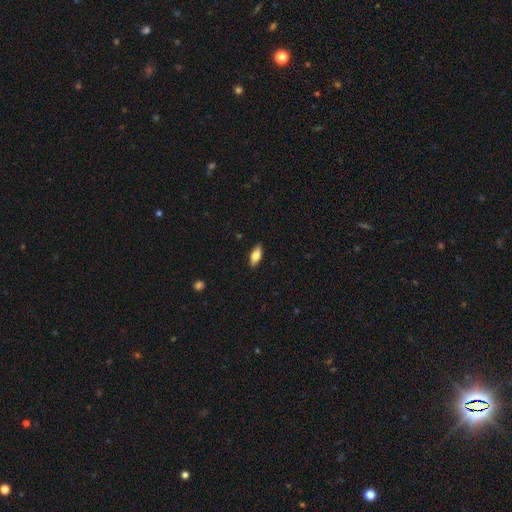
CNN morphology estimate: Smooth or featured: smooth — 73% (featured or disk — 20%)
How rounded: in between — 84% (cigar-shaped — 14%)
Merging: none — 88% (minor disturbance — 9%)